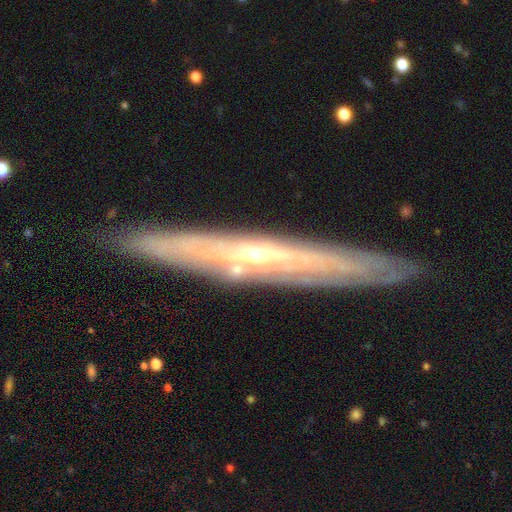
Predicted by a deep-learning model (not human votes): This appears to be a featured or disk galaxy (79%) viewed edge-on (85%) with a rounded central bulge (56%). Merging: none (88%).